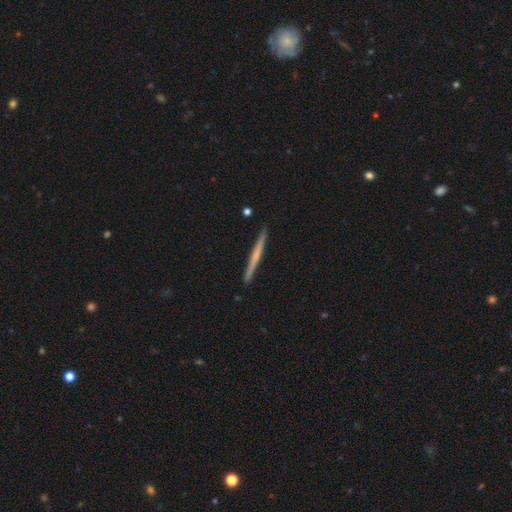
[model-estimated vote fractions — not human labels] Smooth or featured: featured or disk — 52% (smooth — 42%)
Edge-on disk: yes — 98% (no — 2%)
Edge-on bulge: none — 73% (rounded — 21%)
Merging: none — 92% (minor disturbance — 6%)